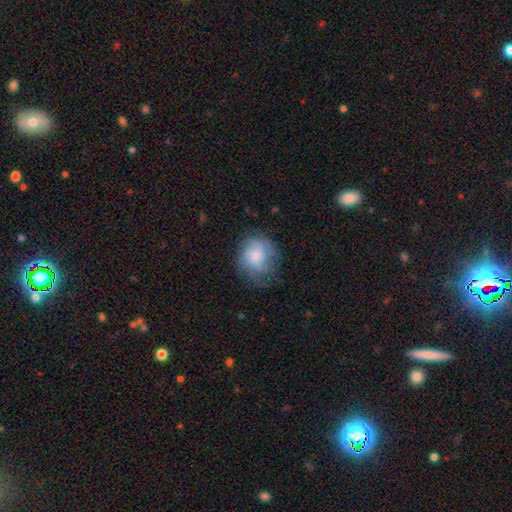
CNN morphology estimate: The model was most divided on "smooth or featured": smooth: 58%, featured or disk: 33%, star or artifact: 8%. More confident: how rounded — round (75%); merging — none (59%).